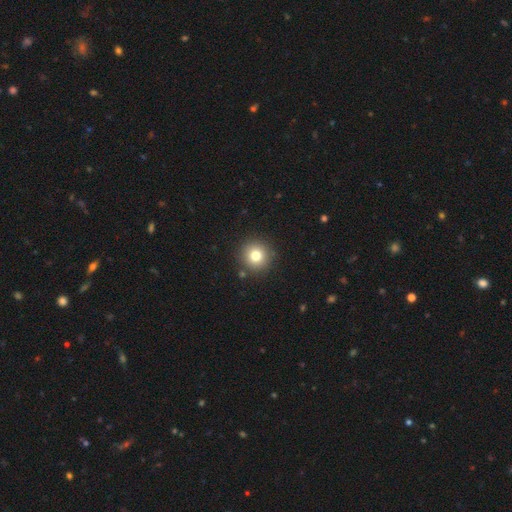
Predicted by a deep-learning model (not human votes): This appears to be a smooth galaxy with no disk features (78%) that is round (95%). Merging: none (89%).